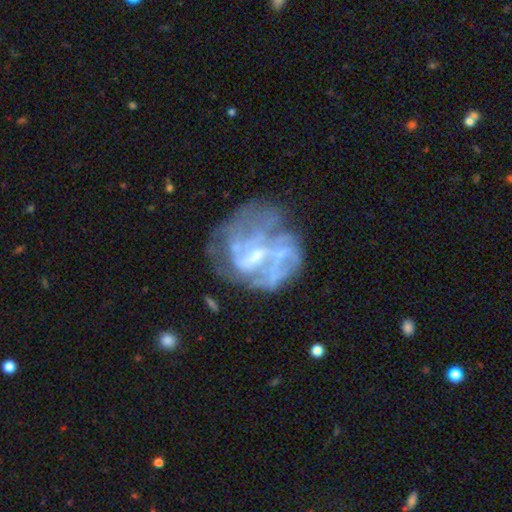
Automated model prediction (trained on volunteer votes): Smooth or featured?
  - featured or disk: 77% *
  - smooth: 13%
  - star or artifact: 10%
Edge-on disk?
  - no: 98% *
  - yes: 2%
Bar?
  - no: 44% *
  - weak: 43%
  - strong: 13%
Spiral arms?
  - yes: 59% *
  - no: 41%
Bulge size?
  - small: 39% *
  - moderate: 29%
  - none: 28%
  - large: 3%
  - dominant: 1%
Merging?
  - none: 43% *
  - major disturbance: 31%
  - minor disturbance: 19%
  - merger: 7%